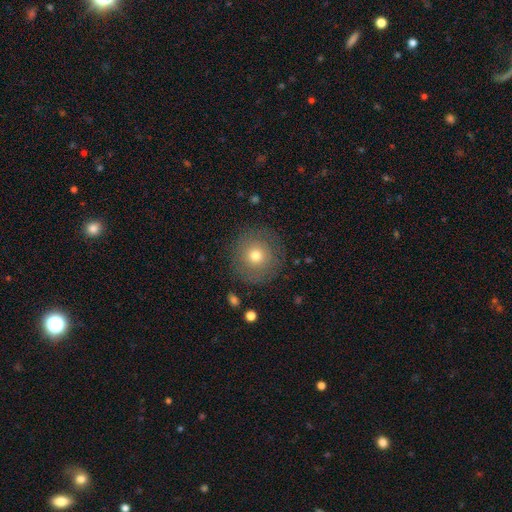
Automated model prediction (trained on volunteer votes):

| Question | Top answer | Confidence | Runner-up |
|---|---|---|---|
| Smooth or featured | smooth | 71% | featured or disk (18%) |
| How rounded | round | 95% | in between (4%) |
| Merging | none | 86% | minor disturbance (9%) |